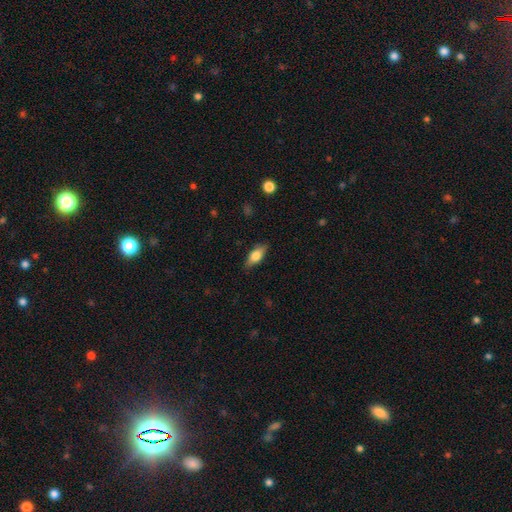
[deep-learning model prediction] Overall: smooth (67%). How rounded: in between (75%). Merging: none (84%).